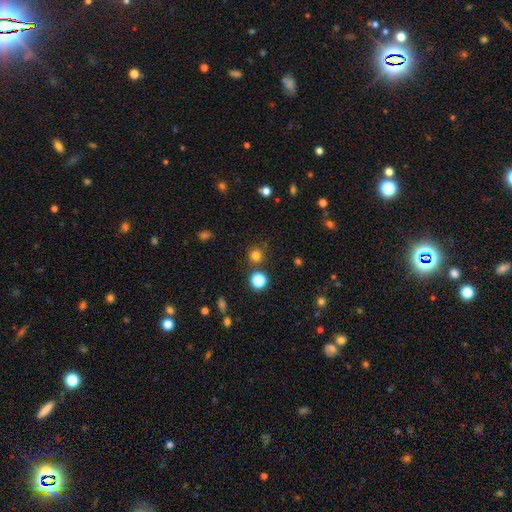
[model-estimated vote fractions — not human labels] Smooth or featured? Predicted: smooth (p=0.77). How rounded? Predicted: round (p=0.94). Merging? Predicted: none (p=0.84).